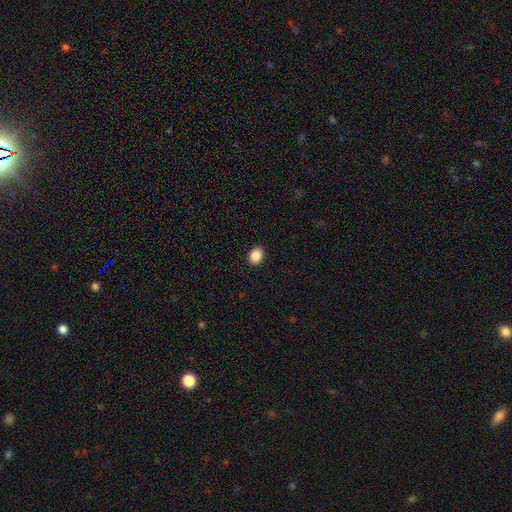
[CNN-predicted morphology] A smooth galaxy with no disk features (89%) that is in between round and cigar-shaped (65%).

Vote fractions:
- Smooth or featured? smooth: 89% / star or artifact: 8% / featured or disk: 2%
- How rounded? in between: 65% / round: 34% / cigar-shaped: 1%
- Merging? none: 91% / minor disturbance: 6% / major disturbance: 2% / merger: 1%